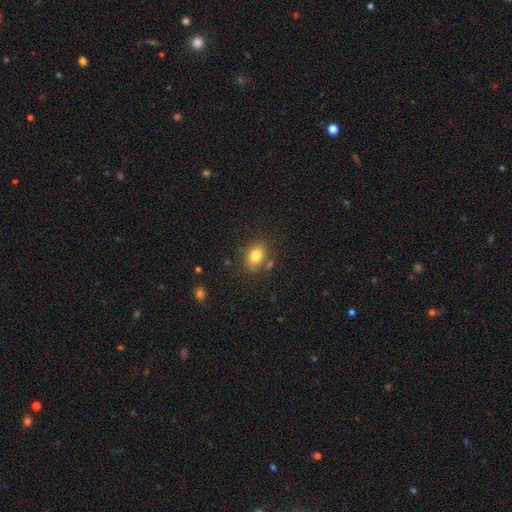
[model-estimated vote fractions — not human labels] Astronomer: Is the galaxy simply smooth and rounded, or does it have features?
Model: smooth — 80%.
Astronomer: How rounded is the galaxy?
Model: in between — 65%.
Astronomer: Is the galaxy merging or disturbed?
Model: none — 75%.